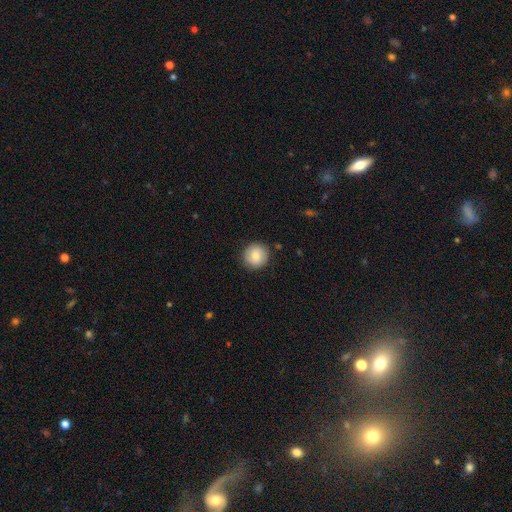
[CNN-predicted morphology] A smooth galaxy with no disk features (78%) that is round (94%).

Vote fractions:
- Smooth or featured? smooth: 78% / featured or disk: 14% / star or artifact: 8%
- How rounded? round: 94% / in between: 5% / cigar-shaped: 1%
- Merging? none: 88% / minor disturbance: 9% / major disturbance: 2% / merger: 1%